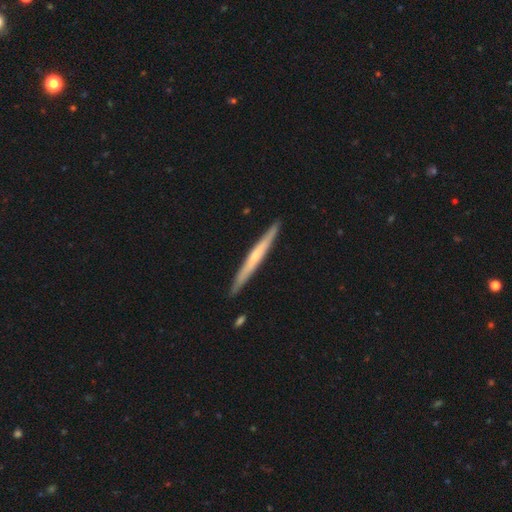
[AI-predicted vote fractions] featured or disk 59%, smooth 36%, star or artifact 5%. Down the decision tree: edge-on disk — yes (97%); edge-on bulge — none (55%); merging — none (90%).